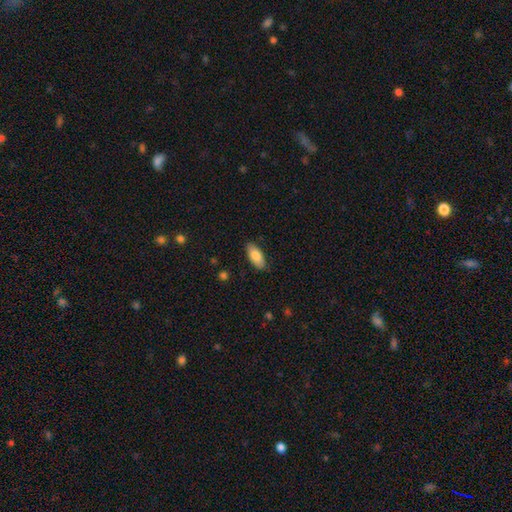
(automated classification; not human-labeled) Morphology: type=smooth (83%); roundness=in between (88%); merging=none (85%).